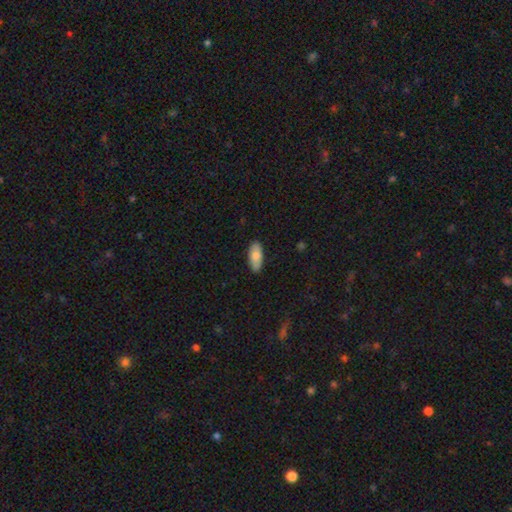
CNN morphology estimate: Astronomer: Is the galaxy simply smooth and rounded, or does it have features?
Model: smooth — 80%.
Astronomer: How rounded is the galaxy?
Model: in between — 86%.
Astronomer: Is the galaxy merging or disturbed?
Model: none — 87%.